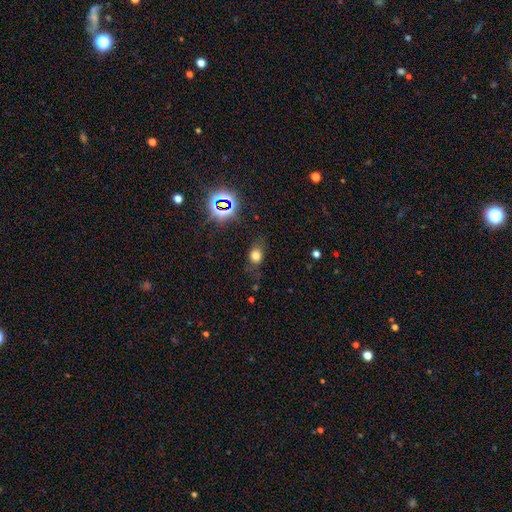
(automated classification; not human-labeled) smooth 67%, star or artifact 22%, featured or disk 11%. Down the decision tree: how rounded — in between (59%); merging — none (68%).